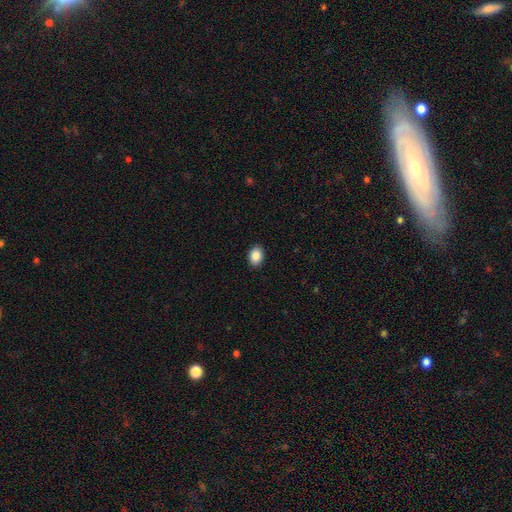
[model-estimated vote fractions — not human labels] smooth_or_featured: smooth (p=0.88) [alt: star or artifact p=0.08]
how_rounded: in between (p=0.74) [alt: round p=0.25]
merging: none (p=0.91) [alt: minor disturbance p=0.07]